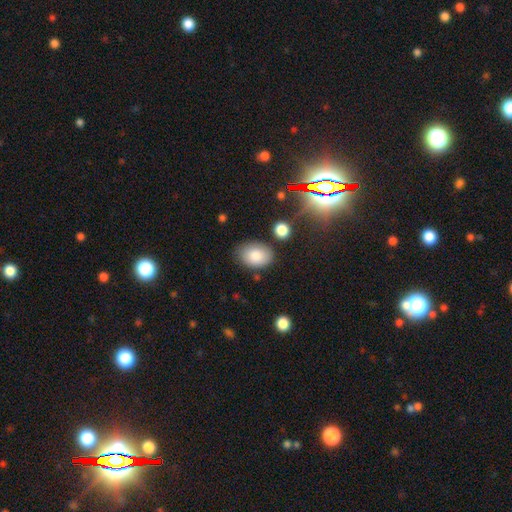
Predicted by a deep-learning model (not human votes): Q: Smooth or featured?
A: smooth (83%); runner-up: featured or disk (9%)
Q: How rounded?
A: in between (80%); runner-up: round (19%)
Q: Merging?
A: none (78%); runner-up: minor disturbance (15%)